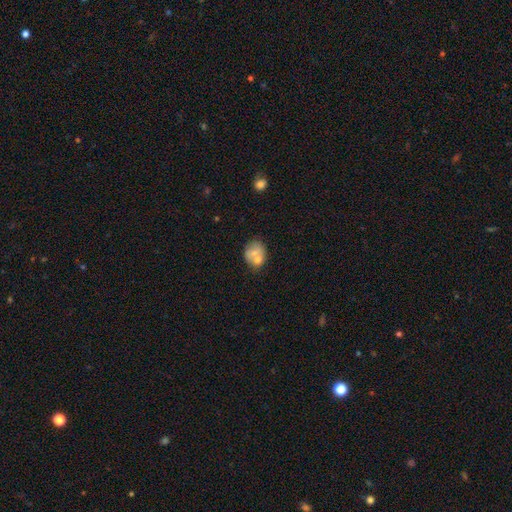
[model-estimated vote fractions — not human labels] The model was most divided on "merging": none: 42%, merger: 37%, minor disturbance: 15%, major disturbance: 6%. More confident: smooth or featured — smooth (64%); how rounded — round (60%).